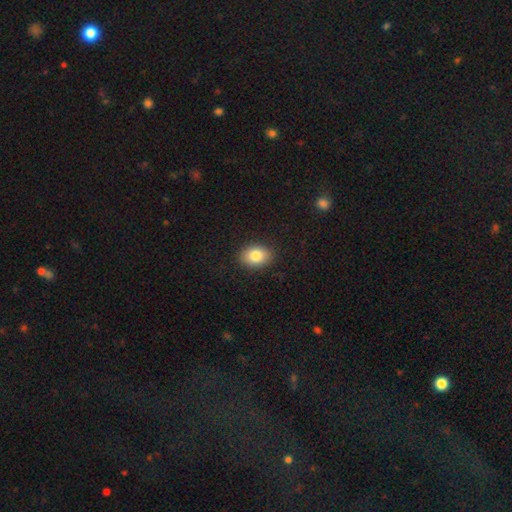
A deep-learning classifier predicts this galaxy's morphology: type=smooth (83%); roundness=in between (75%); merging=none (89%).